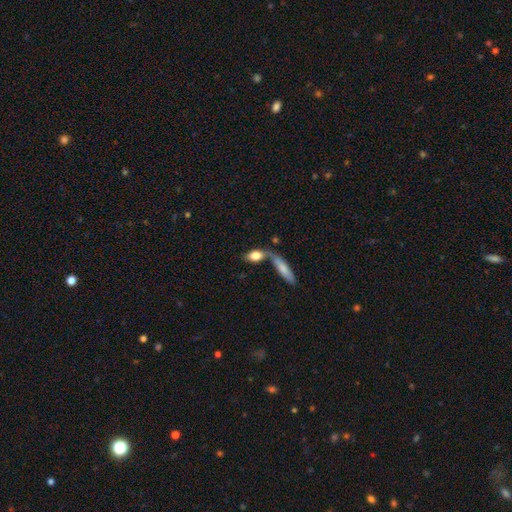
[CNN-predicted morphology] Smooth or featured?
  - smooth: 77% *
  - featured or disk: 16%
  - star or artifact: 7%
How rounded?
  - in between: 77% *
  - cigar-shaped: 16%
  - round: 7%
Merging?
  - merger: 44% *
  - none: 39%
  - minor disturbance: 11%
  - major disturbance: 6%